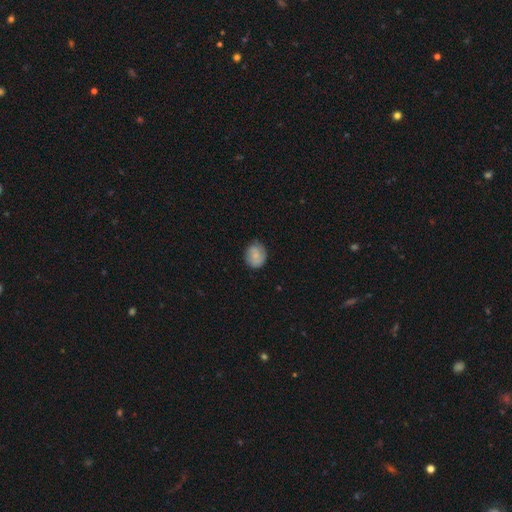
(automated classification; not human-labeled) A smooth galaxy with no disk features (71%) that is round (65%). Merging: none (74%).